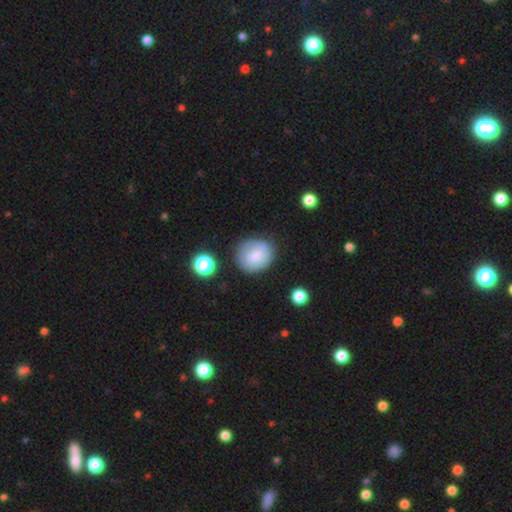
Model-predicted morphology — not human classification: smooth 72%, featured or disk 20%, star or artifact 9%. Down the decision tree: how rounded — round (74%); merging — none (71%).